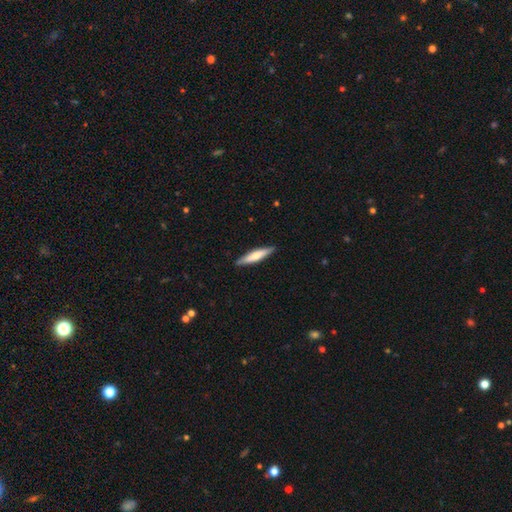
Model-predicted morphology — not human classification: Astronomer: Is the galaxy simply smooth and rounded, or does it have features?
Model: smooth — 58% (runner-up: featured or disk, 37%).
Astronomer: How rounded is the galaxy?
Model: cigar-shaped — 86%.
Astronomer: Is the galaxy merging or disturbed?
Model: none — 89%.